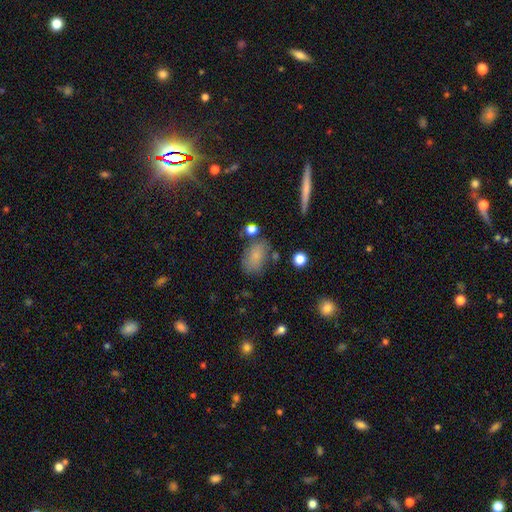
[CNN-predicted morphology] The model was most divided on "merging": none: 67%, minor disturbance: 20%, major disturbance: 7%, merger: 7%. More confident: how rounded — in between (85%); smooth or featured — smooth (77%).